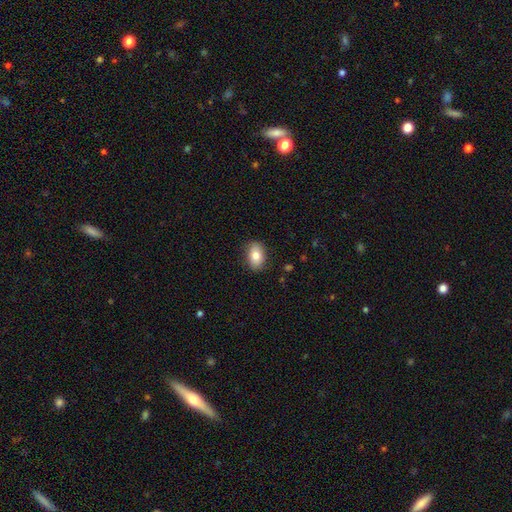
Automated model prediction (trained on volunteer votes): This is likely a smooth galaxy (80%). How rounded: clearly in between (84%). Merging: clearly none (86%).